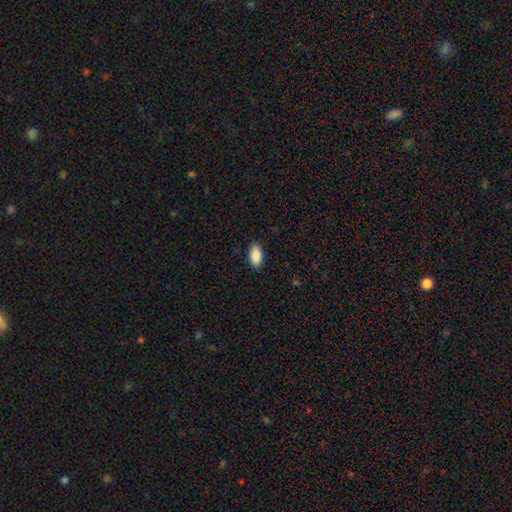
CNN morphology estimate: The model was most divided on "merging": none: 89%, minor disturbance: 8%, major disturbance: 2%, merger: 1%. More confident: how rounded — in between (94%); smooth or featured — smooth (90%).